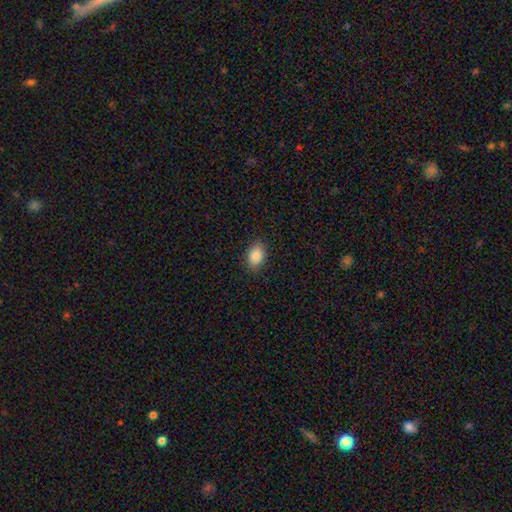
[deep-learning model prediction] Smooth or featured? smooth (88%)
How rounded? in between (85%)
Merging? none (88%)